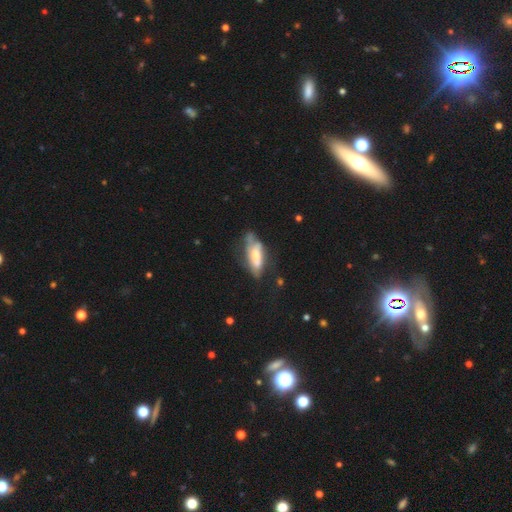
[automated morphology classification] Smooth or featured?
  - featured or disk: 52% *
  - smooth: 41%
  - star or artifact: 7%
Edge-on disk?
  - no: 71% *
  - yes: 29%
Merging?
  - none: 42% *
  - minor disturbance: 30%
  - major disturbance: 21%
  - merger: 7%